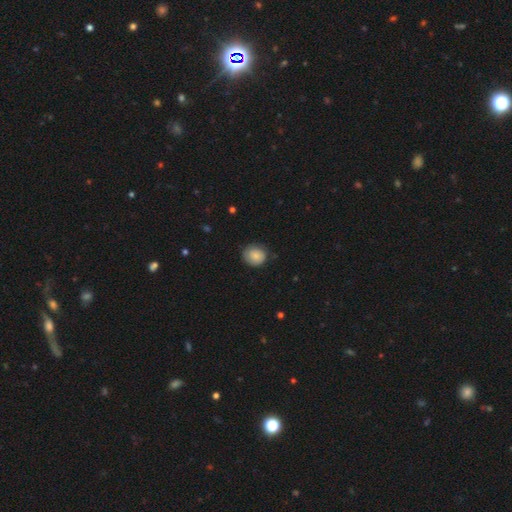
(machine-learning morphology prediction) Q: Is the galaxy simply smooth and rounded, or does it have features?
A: smooth — 82%.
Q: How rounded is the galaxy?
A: round — 75%.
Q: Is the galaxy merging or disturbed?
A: none — 73%.